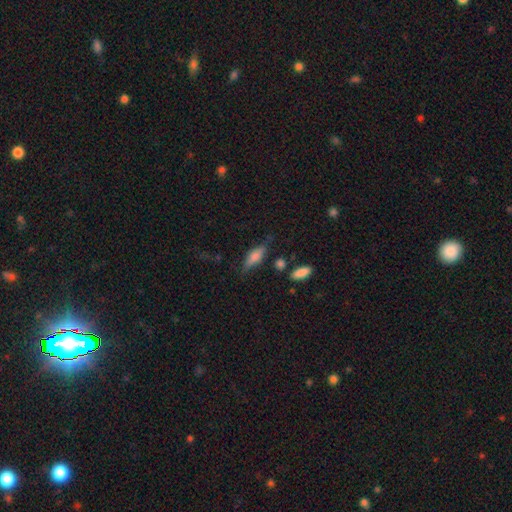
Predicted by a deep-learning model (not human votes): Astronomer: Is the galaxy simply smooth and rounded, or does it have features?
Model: smooth — 64%.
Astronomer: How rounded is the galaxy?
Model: in between — 53% (runner-up: cigar-shaped, 44%).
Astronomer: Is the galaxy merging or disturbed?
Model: none — 68%.